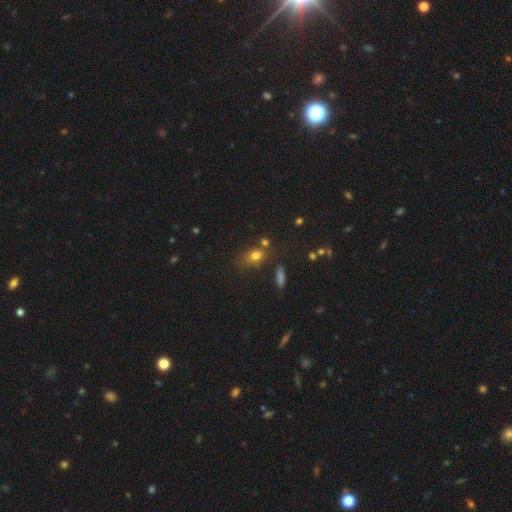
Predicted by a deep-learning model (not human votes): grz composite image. It shows a smooth galaxy with no disk features (74%) that is in between round and cigar-shaped (59%). Merging: none (61%).